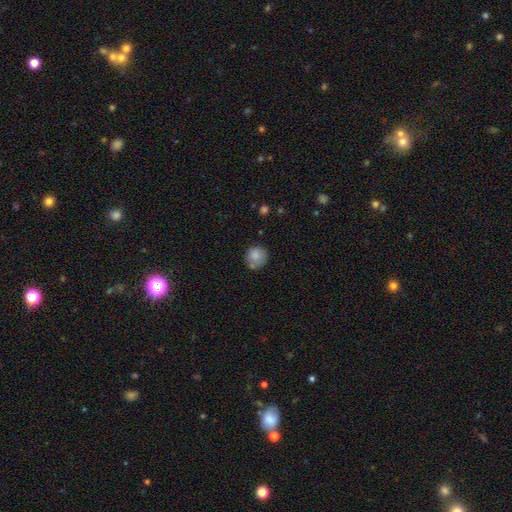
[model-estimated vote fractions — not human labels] A smooth galaxy with no disk features (81%) that is round (82%). Merging: none (62%).